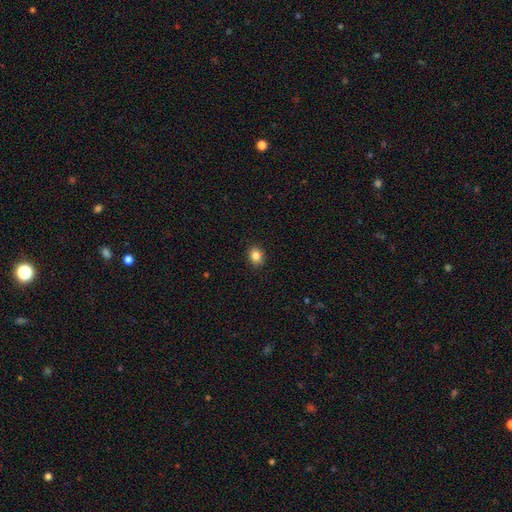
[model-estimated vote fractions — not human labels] A smooth galaxy with no disk features (85%) that is round (56%). Merging: none (90%).